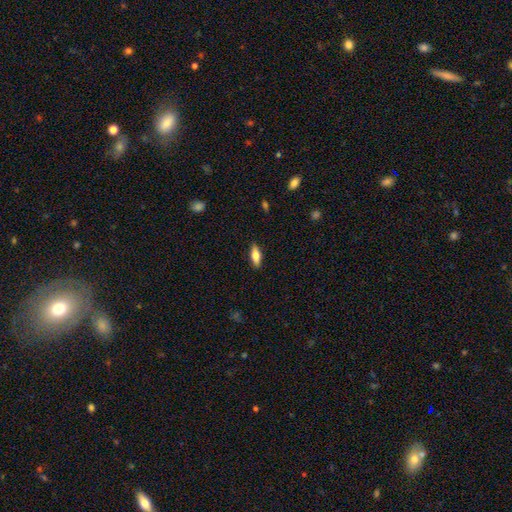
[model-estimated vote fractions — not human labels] Smooth or featured? Predicted: smooth (p=0.71). How rounded? Predicted: in between (p=0.71). Merging? Predicted: none (p=0.88).